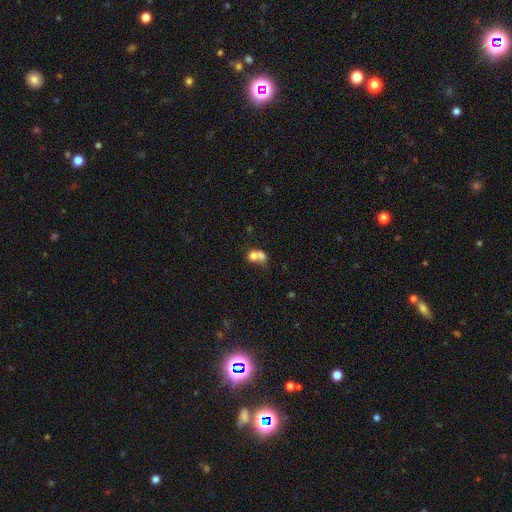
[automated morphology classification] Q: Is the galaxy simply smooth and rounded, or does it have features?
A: smooth — 70%.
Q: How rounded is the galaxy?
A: round — 57%.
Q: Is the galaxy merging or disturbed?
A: merger — 72%.